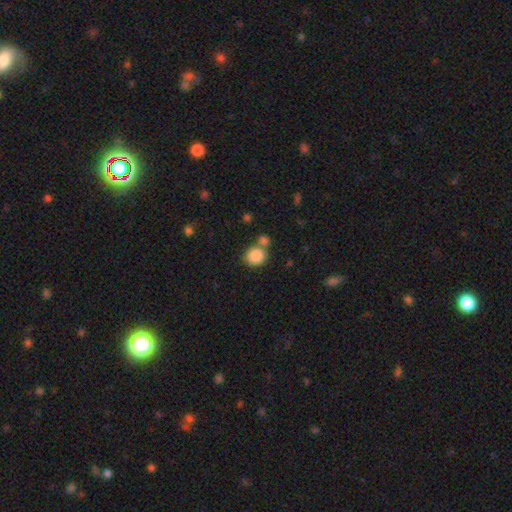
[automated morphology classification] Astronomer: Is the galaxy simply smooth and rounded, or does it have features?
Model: smooth — 87%.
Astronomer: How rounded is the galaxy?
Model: round — 80%.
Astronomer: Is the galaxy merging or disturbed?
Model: none — 61%.